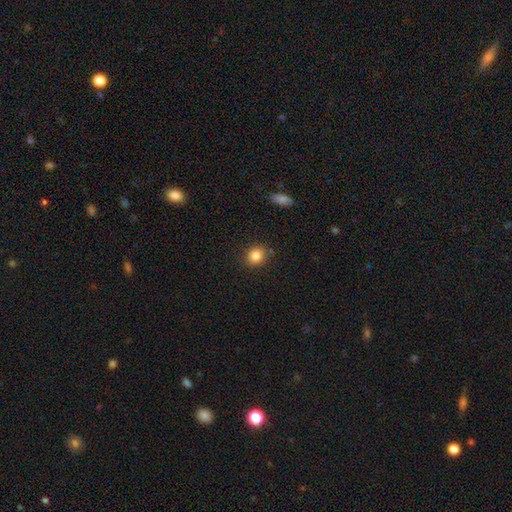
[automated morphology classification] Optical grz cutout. It shows a smooth galaxy with no disk features (85%) that is round (73%). Merging: none (86%).